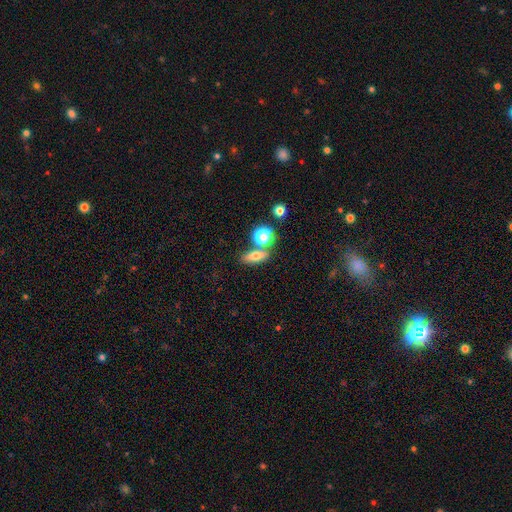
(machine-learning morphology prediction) smooth_or_featured: smooth (p=0.66) [alt: featured or disk p=0.20]
how_rounded: in between (p=0.52) [alt: cigar-shaped p=0.26]
merging: none (p=0.67) [alt: merger p=0.19]